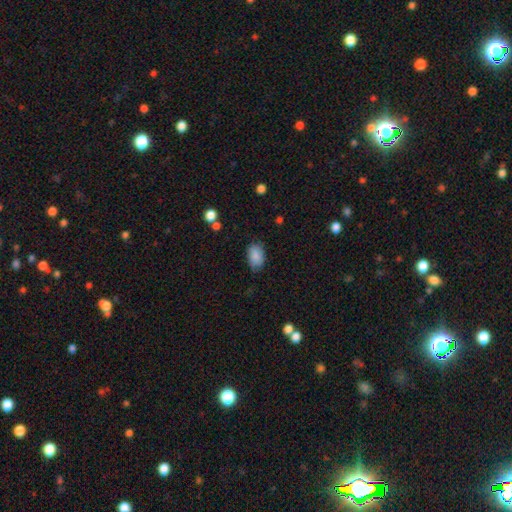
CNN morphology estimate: Smooth or featured?
  - smooth: 86% *
  - star or artifact: 7%
  - featured or disk: 7%
How rounded?
  - in between: 88% *
  - round: 11%
  - cigar-shaped: 1%
Merging?
  - none: 73% *
  - minor disturbance: 21%
  - major disturbance: 4%
  - merger: 1%